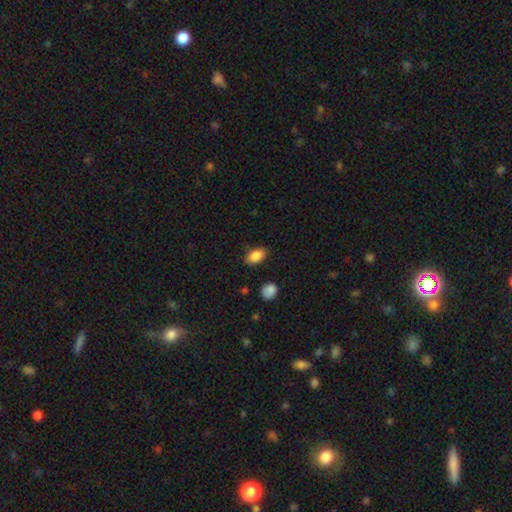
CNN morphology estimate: Smooth or featured? Predicted: smooth (p=0.88). How rounded? Predicted: in between (p=0.91). Merging? Predicted: none (p=0.85).